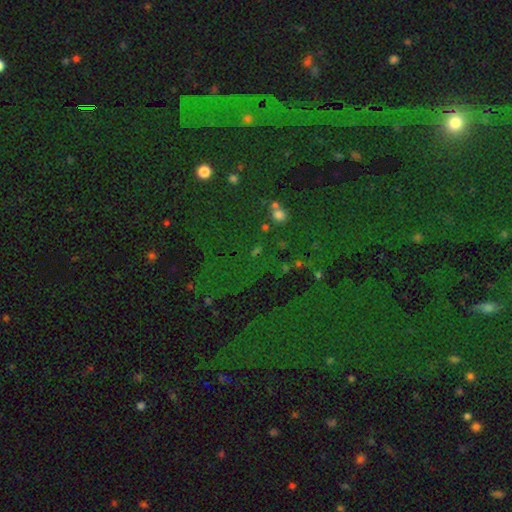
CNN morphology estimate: Overall: star or artifact (80%).